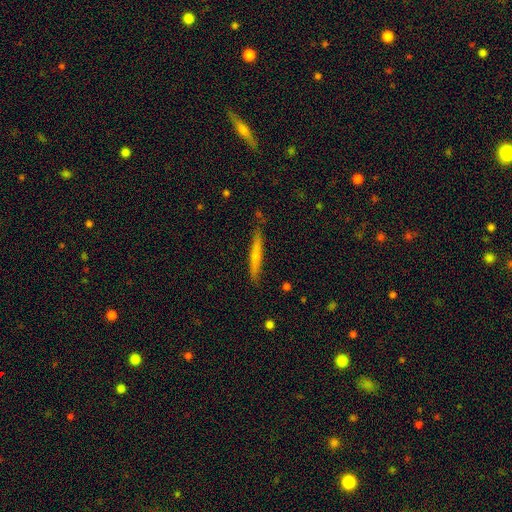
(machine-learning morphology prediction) Q: Smooth or featured?
A: smooth (58%); runner-up: featured or disk (36%)
Q: How rounded?
A: cigar-shaped (95%); runner-up: in between (4%)
Q: Merging?
A: none (84%); runner-up: minor disturbance (12%)